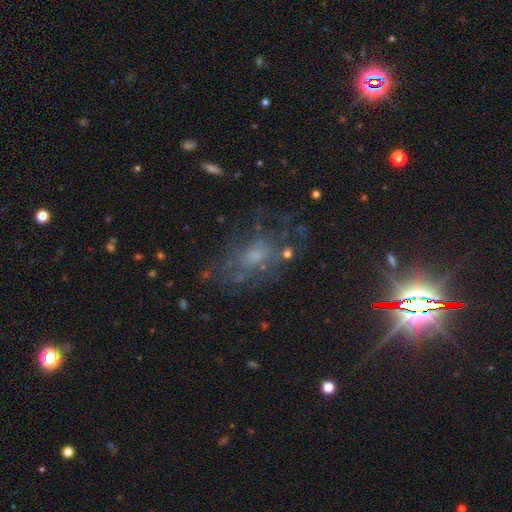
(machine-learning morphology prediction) smooth-or-featured: featured or disk: 55% | smooth: 28% | star or artifact: 17%
  disk-edge-on: no: 94% | yes: 6%
    bar: no: 77% | weak: 20% | strong: 4%
    has-spiral-arms: no: 50% (tied) | yes: 50% (tied)
    bulge-size: small: 41% | moderate: 37% | none: 14% | large: 6% | dominant: 2%
  merging: none: 54% | major disturbance: 22% | minor disturbance: 20% | merger: 4%